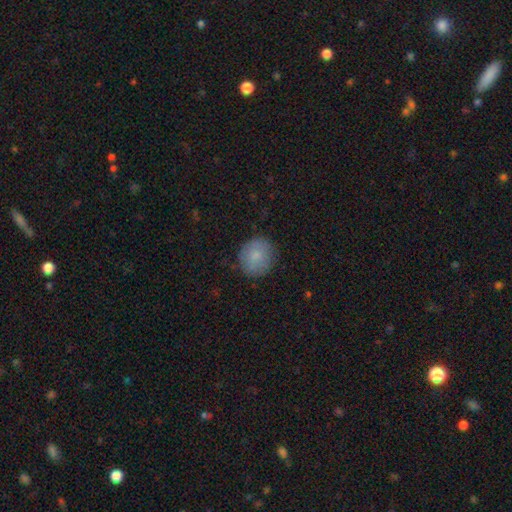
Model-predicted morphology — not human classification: Smooth or featured: smooth — 82% (featured or disk — 10%)
How rounded: round — 81% (in between — 18%)
Merging: none — 83% (minor disturbance — 13%)